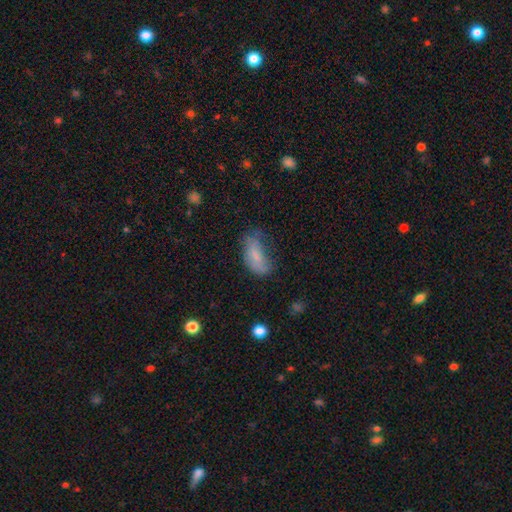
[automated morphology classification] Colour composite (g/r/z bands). It shows a smooth galaxy with no disk features (73%) that is in between round and cigar-shaped (86%). Merging: none (41%).